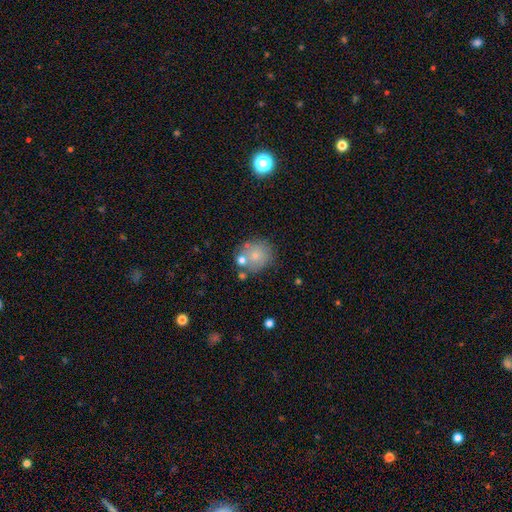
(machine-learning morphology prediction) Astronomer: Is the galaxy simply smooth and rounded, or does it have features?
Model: smooth — 73%.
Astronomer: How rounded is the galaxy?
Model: round — 84%.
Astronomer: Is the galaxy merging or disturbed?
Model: none — 66%.